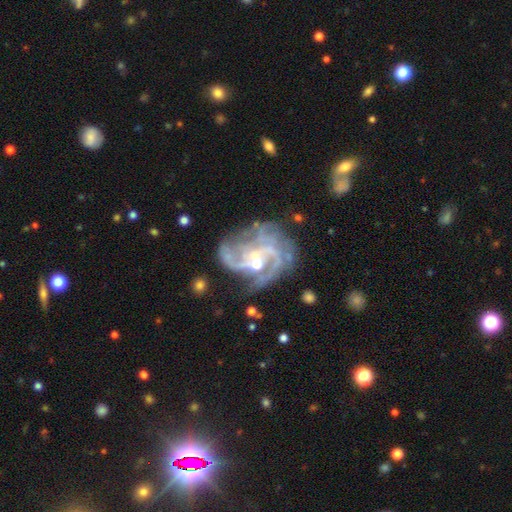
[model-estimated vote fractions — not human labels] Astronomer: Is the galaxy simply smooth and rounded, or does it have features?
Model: featured or disk — 88%.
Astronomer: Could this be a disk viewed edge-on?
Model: no — 98%.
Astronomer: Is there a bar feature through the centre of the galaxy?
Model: no — 48% (runner-up: weak, 38%).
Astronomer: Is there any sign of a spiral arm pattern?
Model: yes — 94%.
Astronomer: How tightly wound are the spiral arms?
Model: medium — 47% (runner-up: tight, 30%).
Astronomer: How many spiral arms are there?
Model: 3 — 27% (runner-up: 2, 26%).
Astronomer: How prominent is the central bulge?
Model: small — 52% (runner-up: moderate, 40%).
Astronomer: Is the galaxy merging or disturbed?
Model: none — 46% (runner-up: major disturbance, 26%).